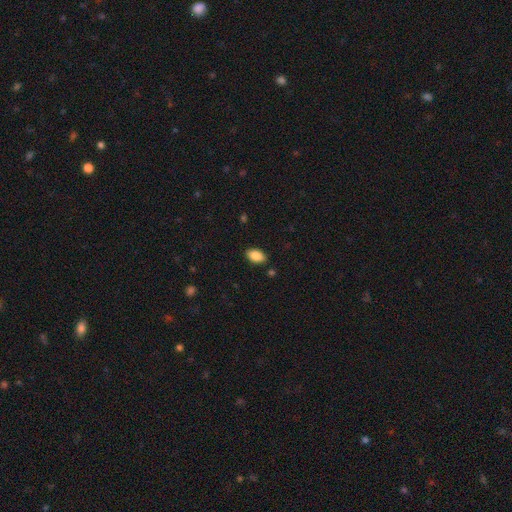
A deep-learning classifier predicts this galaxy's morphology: smooth 87%, star or artifact 8%, featured or disk 6%. Down the decision tree: how rounded — in between (92%); merging — none (87%).